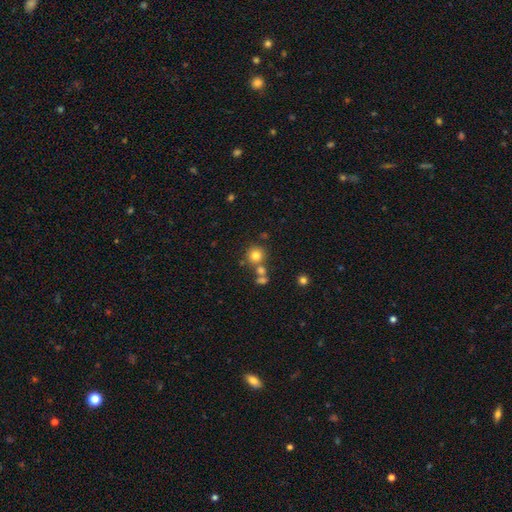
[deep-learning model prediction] A smooth galaxy with no disk features (78%) that is round (92%). Merging: none (68%).